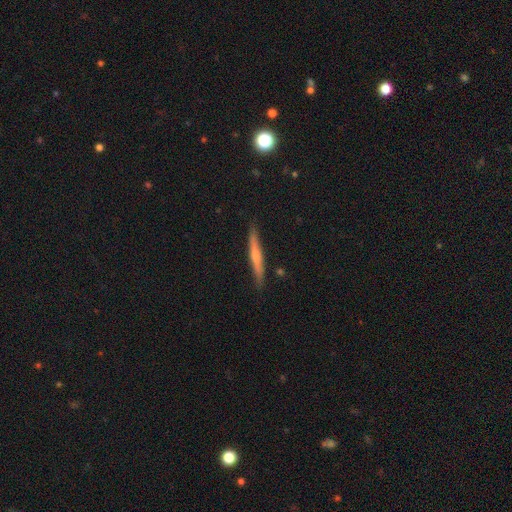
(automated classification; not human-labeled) smooth_or_featured: smooth (p=0.49) [alt: featured or disk p=0.45]
merging: none (p=0.86) [alt: minor disturbance p=0.11]